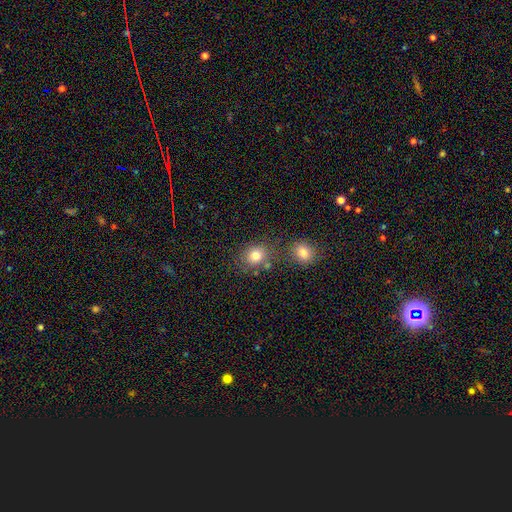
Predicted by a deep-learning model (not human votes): Smooth or featured: smooth — 80% (star or artifact — 12%)
How rounded: round — 70% (in between — 29%)
Merging: none — 66% (merger — 18%)